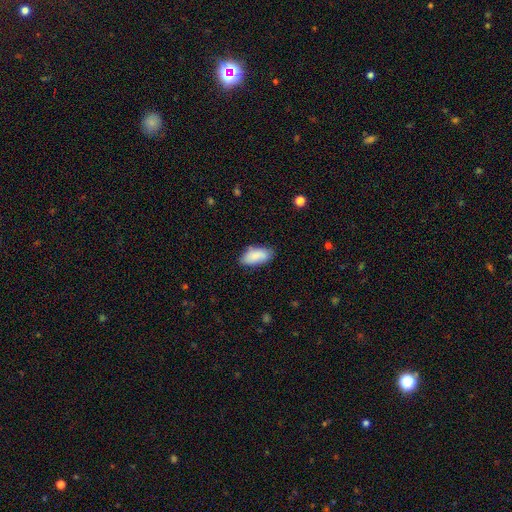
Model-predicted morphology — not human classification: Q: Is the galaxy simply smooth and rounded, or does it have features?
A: smooth — 84%.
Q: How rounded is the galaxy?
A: in between — 92%.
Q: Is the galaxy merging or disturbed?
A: none — 74%.